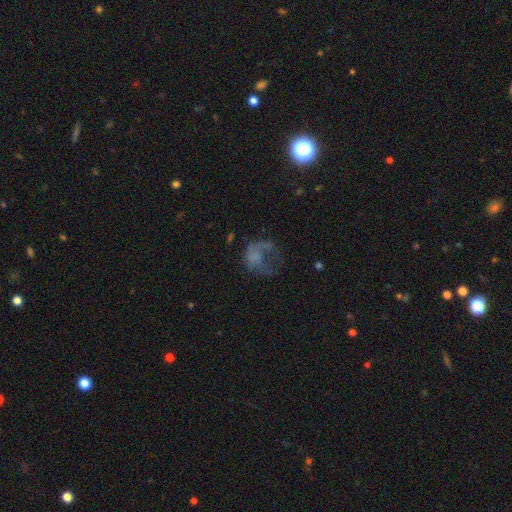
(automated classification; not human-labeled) smooth-or-featured: featured or disk: 43% | smooth: 40% | star or artifact: 16%
  merging: major disturbance: 55% | none: 26% | minor disturbance: 15% | merger: 5%